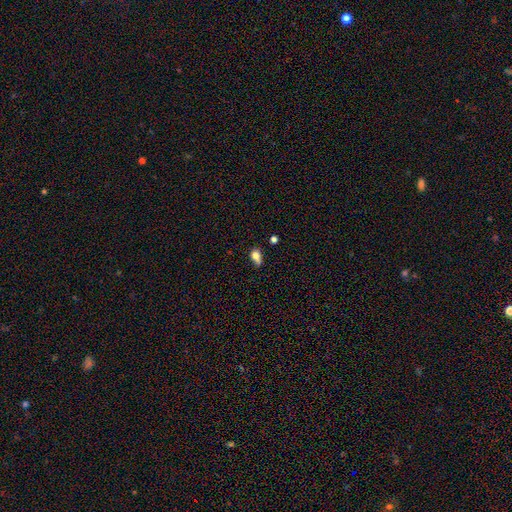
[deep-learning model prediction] smooth-or-featured: smooth: 75% | featured or disk: 14% | star or artifact: 11%
  how-rounded: in between: 71% | round: 24% | cigar-shaped: 5%
  merging: minor disturbance: 37% | none: 36% | major disturbance: 20% | merger: 8%